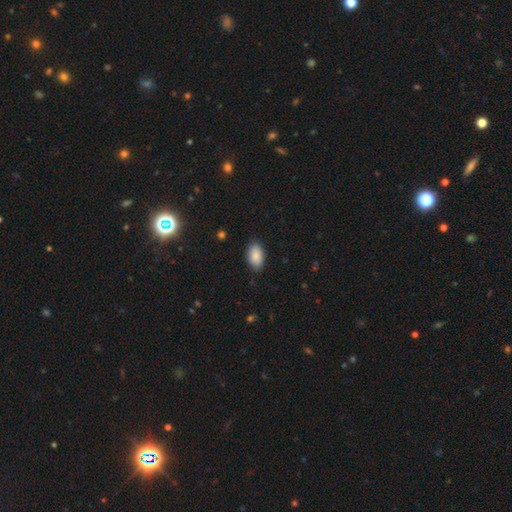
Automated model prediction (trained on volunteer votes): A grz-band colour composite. It shows a smooth galaxy with no disk features (89%) that is in between round and cigar-shaped (93%). Merging: none (85%).